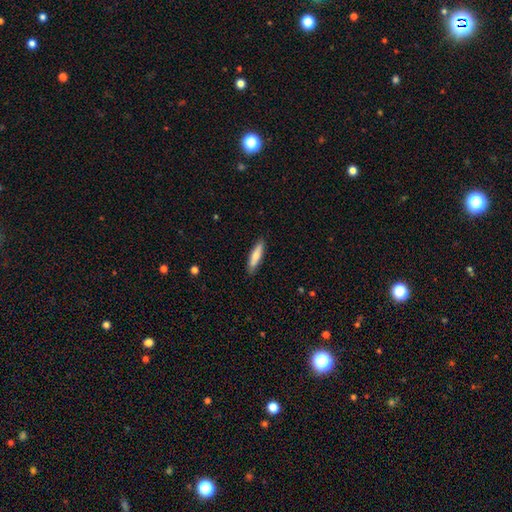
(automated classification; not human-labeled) A smooth galaxy with no disk features (76%) that is cigar-shaped (78%). Merging: none (89%).